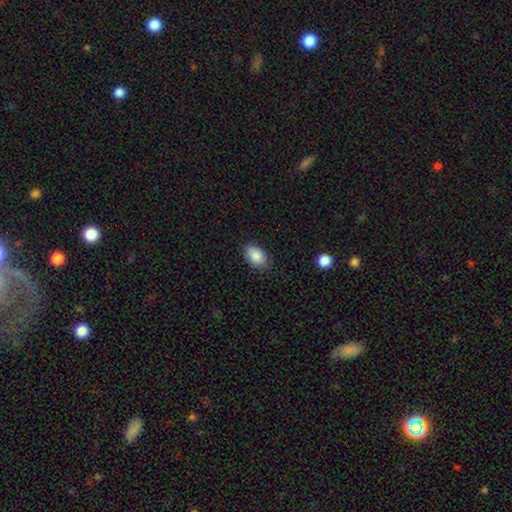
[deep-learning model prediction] Overall: smooth (88%). How rounded: in between (89%). Merging: none (83%).